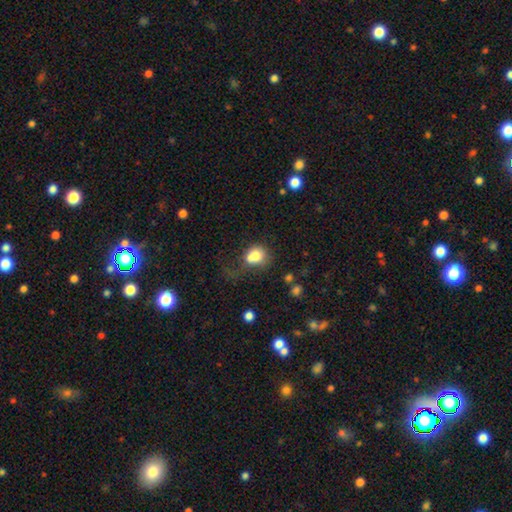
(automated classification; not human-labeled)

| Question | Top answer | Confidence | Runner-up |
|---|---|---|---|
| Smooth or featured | smooth | 77% | featured or disk (13%) |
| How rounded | round | 63% | in between (36%) |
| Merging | none | 31% | merger (30%) |